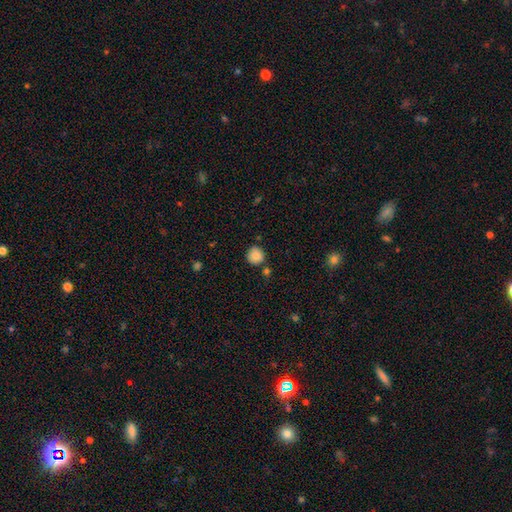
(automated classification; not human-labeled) The model was most divided on "merging": none: 79%, minor disturbance: 11%, merger: 7%, major disturbance: 3%. More confident: how rounded — round (92%); smooth or featured — smooth (86%).